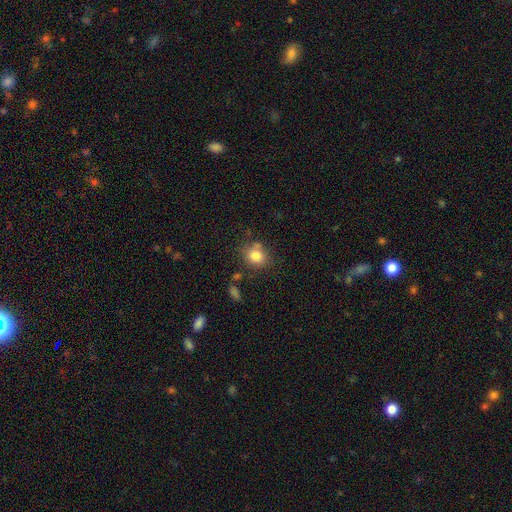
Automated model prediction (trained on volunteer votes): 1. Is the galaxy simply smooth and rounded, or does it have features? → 81% smooth, 10% star or artifact, 8% featured or disk.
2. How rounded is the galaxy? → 69% round, 30% in between, 1% cigar-shaped.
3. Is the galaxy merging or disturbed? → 69% none, 16% minor disturbance, 10% merger, 5% major disturbance.